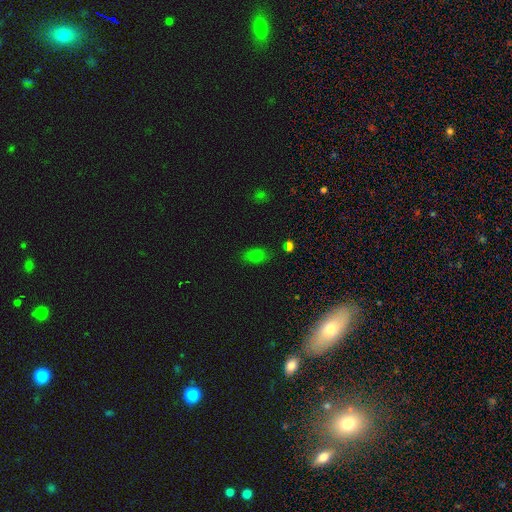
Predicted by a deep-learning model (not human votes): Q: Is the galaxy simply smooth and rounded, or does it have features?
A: smooth — 77%.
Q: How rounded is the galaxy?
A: in between — 90%.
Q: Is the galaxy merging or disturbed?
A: none — 77%.